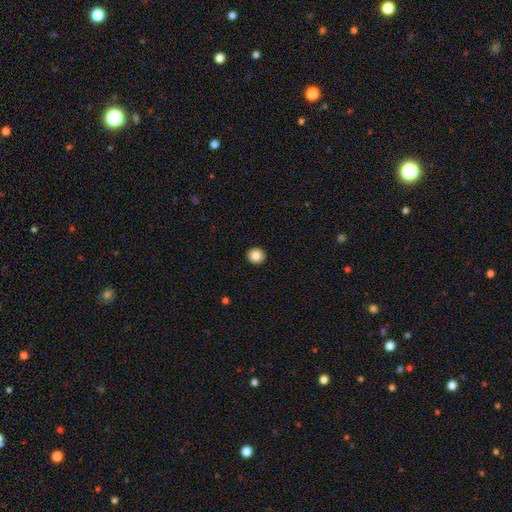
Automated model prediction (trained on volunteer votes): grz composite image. It shows a smooth galaxy with no disk features (86%) that is round (90%). Merging: none (93%).